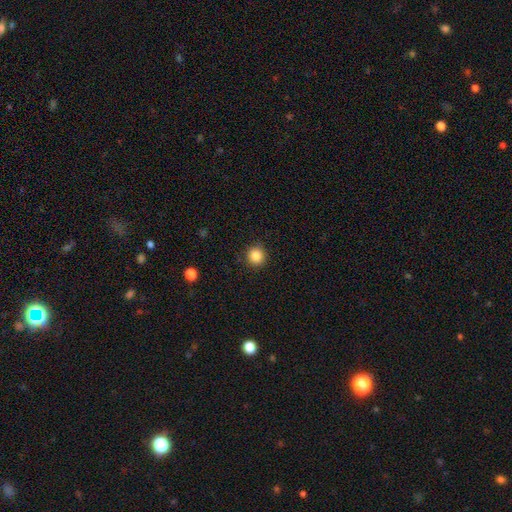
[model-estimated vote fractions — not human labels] Overall: smooth (85%). How rounded: round (93%). Merging: none (91%).